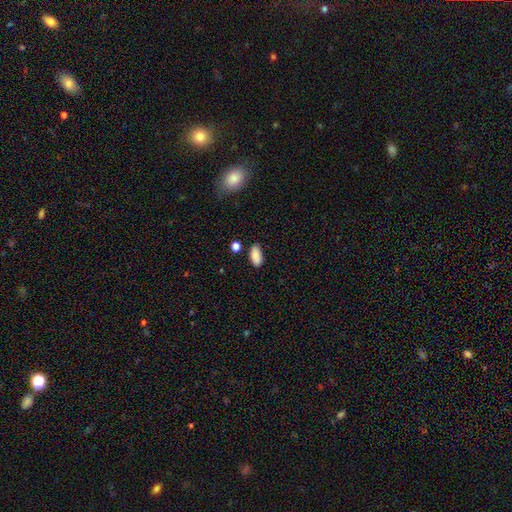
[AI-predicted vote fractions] smooth-or-featured: smooth: 88% | star or artifact: 7% | featured or disk: 4%
  how-rounded: in between: 90% | cigar-shaped: 7% | round: 3%
  merging: none: 81% | minor disturbance: 13% | merger: 3% | major disturbance: 3%